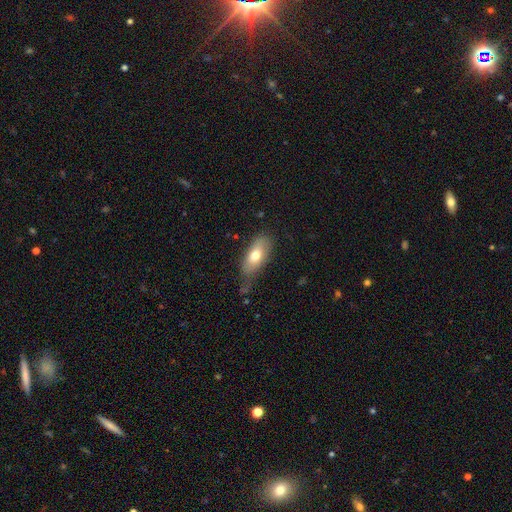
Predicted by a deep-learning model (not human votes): A smooth galaxy with no disk features (71%) that is in between round and cigar-shaped (84%).

Vote fractions:
- Smooth or featured? smooth: 71% / featured or disk: 22% / star or artifact: 7%
- How rounded? in between: 84% / cigar-shaped: 12% / round: 4%
- Merging? none: 58% / minor disturbance: 29% / major disturbance: 10% / merger: 3%